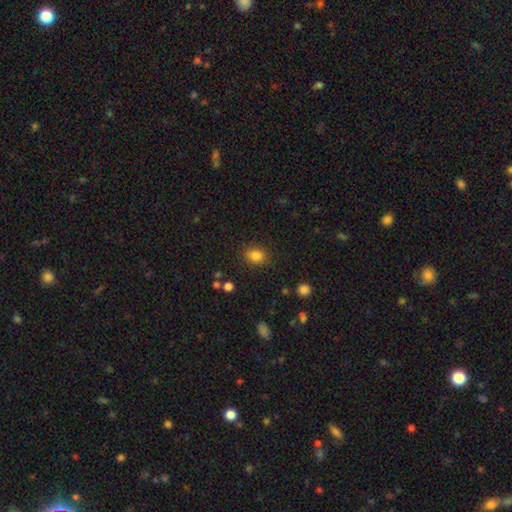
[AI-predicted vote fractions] smooth-or-featured: smooth: 84% | star or artifact: 11% | featured or disk: 5%
  how-rounded: in between: 58% | round: 41% | cigar-shaped: 1%
  merging: none: 85% | minor disturbance: 10% | major disturbance: 3% | merger: 2%